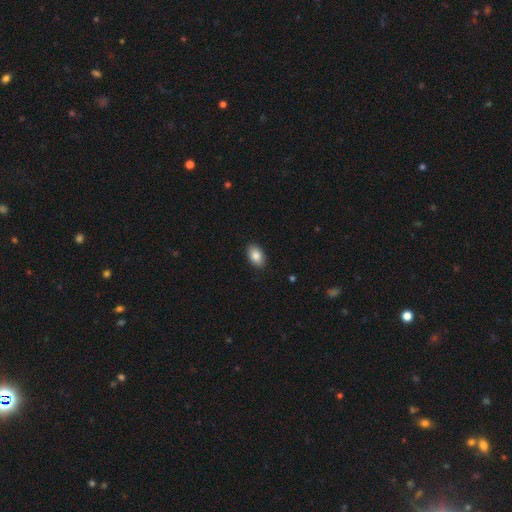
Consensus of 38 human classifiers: Morphology: type=smooth (87%); roundness=in between (94%); merging=none (78%).